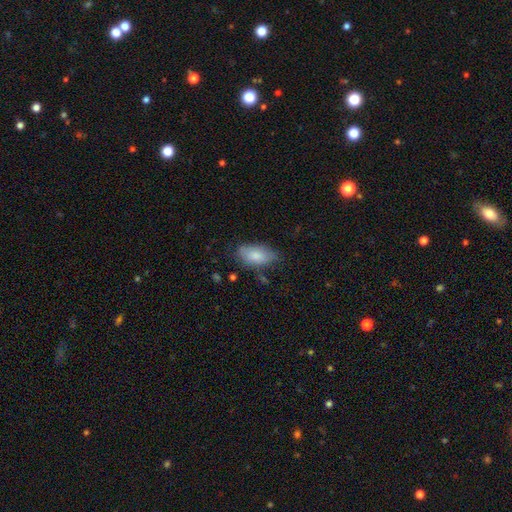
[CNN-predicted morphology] Smooth or featured: smooth — 81% (featured or disk — 13%)
How rounded: in between — 92% (cigar-shaped — 4%)
Merging: none — 64% (minor disturbance — 26%)